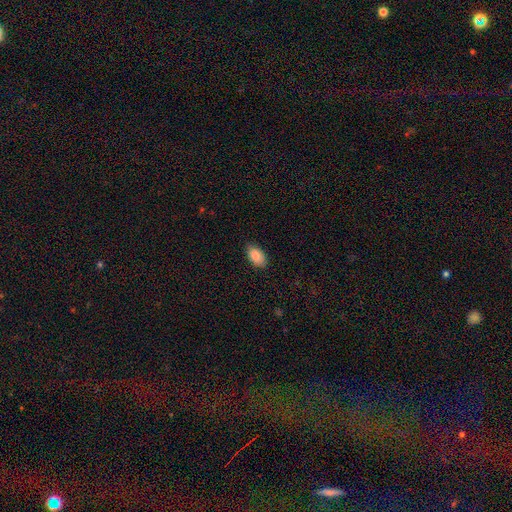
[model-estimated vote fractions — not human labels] Smooth or featured?
  - smooth: 88% *
  - star or artifact: 7%
  - featured or disk: 5%
How rounded?
  - in between: 94% *
  - round: 5%
  - cigar-shaped: 2%
Merging?
  - none: 82% *
  - minor disturbance: 15%
  - major disturbance: 3%
  - merger: 1%